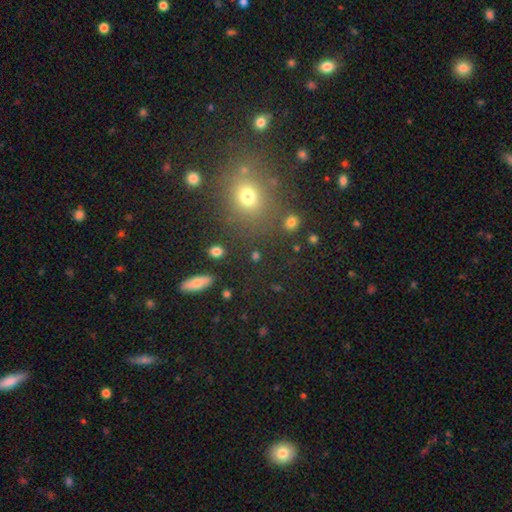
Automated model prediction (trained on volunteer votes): Q: Smooth or featured?
A: smooth (61%); runner-up: star or artifact (27%)
Q: How rounded?
A: round (66%); runner-up: in between (28%)
Q: Merging?
A: none (77%); runner-up: minor disturbance (10%)